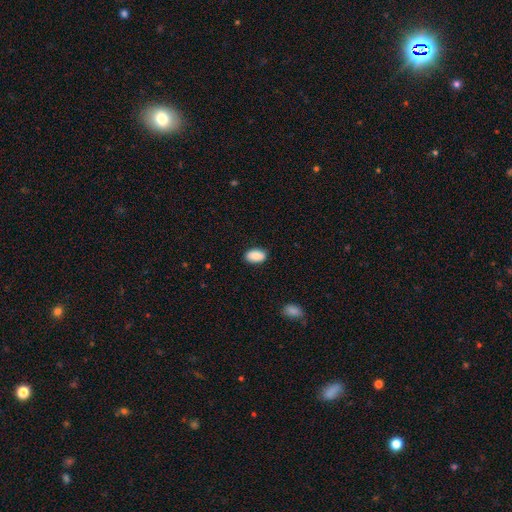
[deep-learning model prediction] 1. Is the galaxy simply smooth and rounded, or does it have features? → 90% smooth, 7% star or artifact, 3% featured or disk.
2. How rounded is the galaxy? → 92% in between, 7% round, 1% cigar-shaped.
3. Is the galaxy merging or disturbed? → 87% none, 10% minor disturbance, 2% major disturbance, 1% merger.